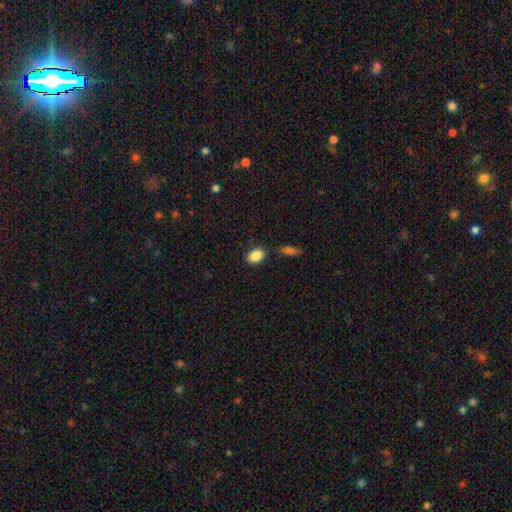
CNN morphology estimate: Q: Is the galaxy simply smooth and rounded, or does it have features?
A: smooth — 88%.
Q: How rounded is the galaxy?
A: in between — 78%.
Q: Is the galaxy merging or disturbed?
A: none — 81%.